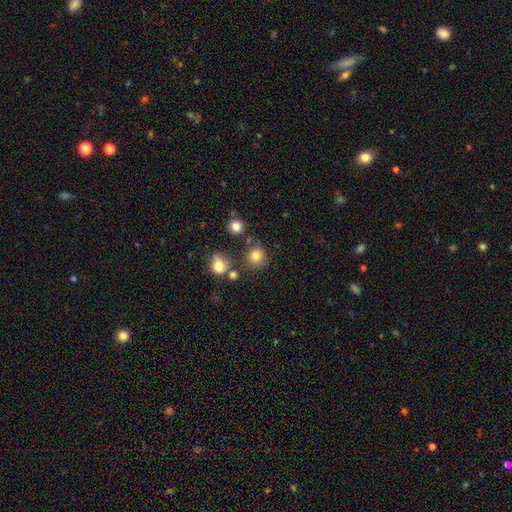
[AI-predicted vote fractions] Smooth or featured: smooth — 80% (star or artifact — 14%)
How rounded: round — 88% (in between — 11%)
Merging: none — 75% (minor disturbance — 11%)